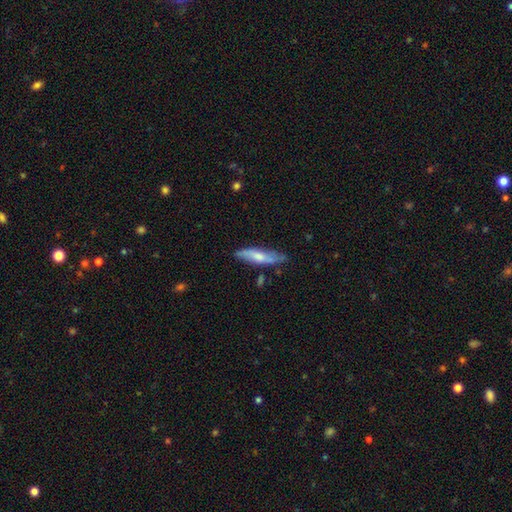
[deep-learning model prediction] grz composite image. It shows a featured or disk galaxy (48%). Merging: none (74%).